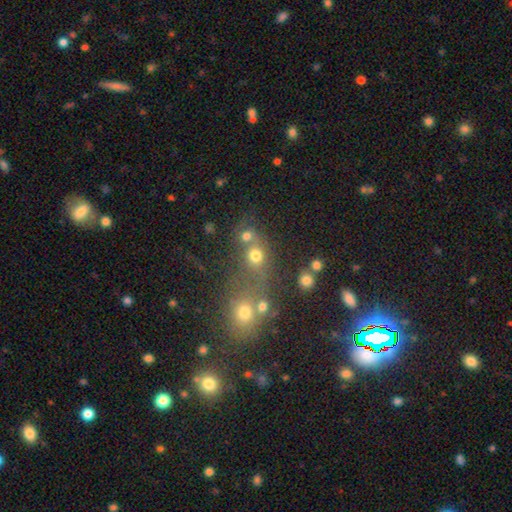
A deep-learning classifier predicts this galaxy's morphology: smooth-or-featured: smooth: 69% | star or artifact: 20% | featured or disk: 11%
  how-rounded: round: 78% | in between: 20% | cigar-shaped: 2%
  merging: none: 44% | merger: 39% | minor disturbance: 9% | major disturbance: 7%